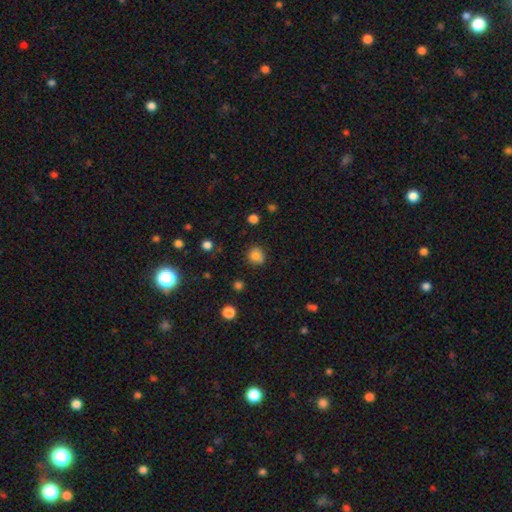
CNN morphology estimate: This appears to be a smooth galaxy with no disk features (81%) that is round (85%). Merging: none (77%).